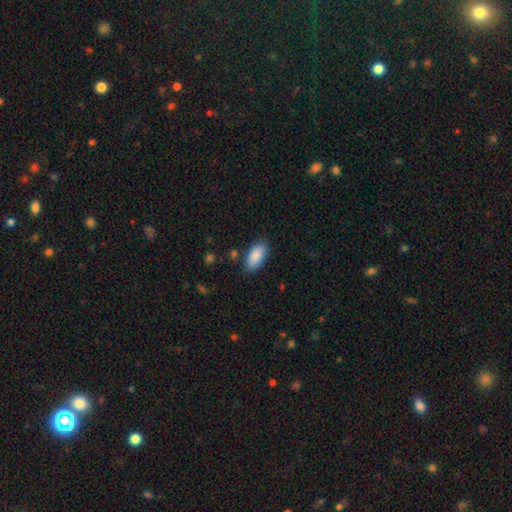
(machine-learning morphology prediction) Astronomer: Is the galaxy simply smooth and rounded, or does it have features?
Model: smooth — 89%.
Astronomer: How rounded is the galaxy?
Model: in between — 90%.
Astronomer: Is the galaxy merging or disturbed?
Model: none — 82%.